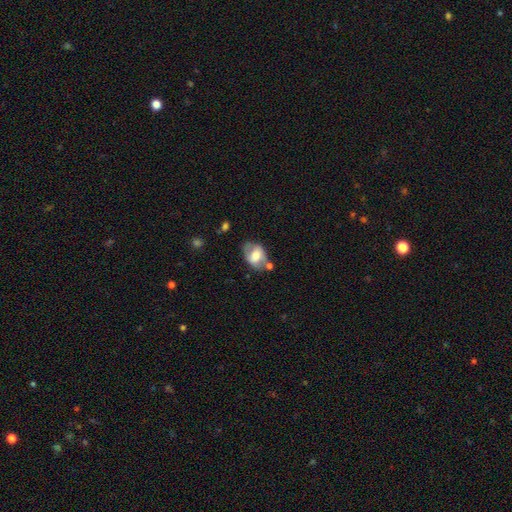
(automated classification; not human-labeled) A smooth galaxy with no disk features (50%) that is in between round and cigar-shaped (78%). Merging: none (49%).